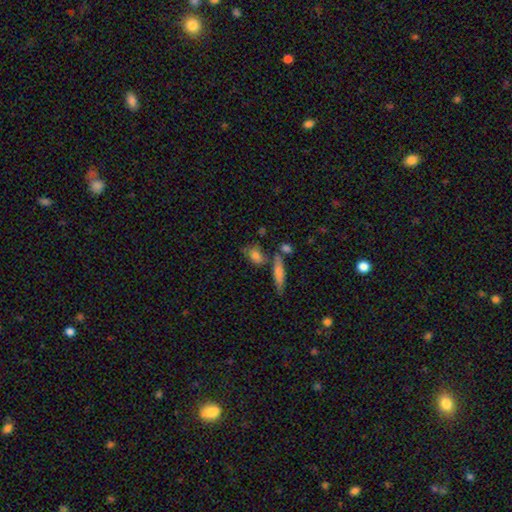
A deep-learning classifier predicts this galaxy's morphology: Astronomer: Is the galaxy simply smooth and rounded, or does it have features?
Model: smooth — 75%.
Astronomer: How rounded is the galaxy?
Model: in between — 65%.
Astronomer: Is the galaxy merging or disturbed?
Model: none — 57%.